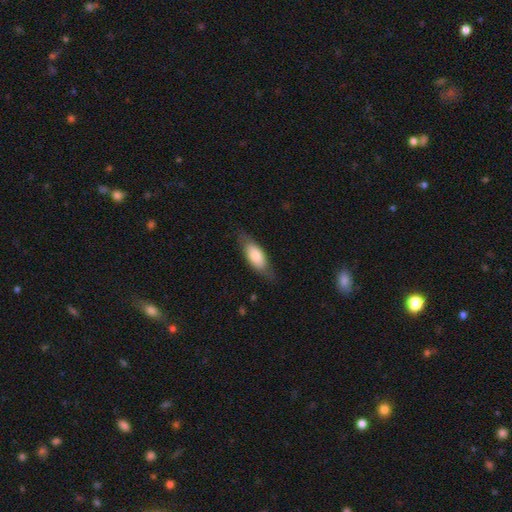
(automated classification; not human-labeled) Overall: smooth (72%). How rounded: in between (75%). Merging: none (74%).